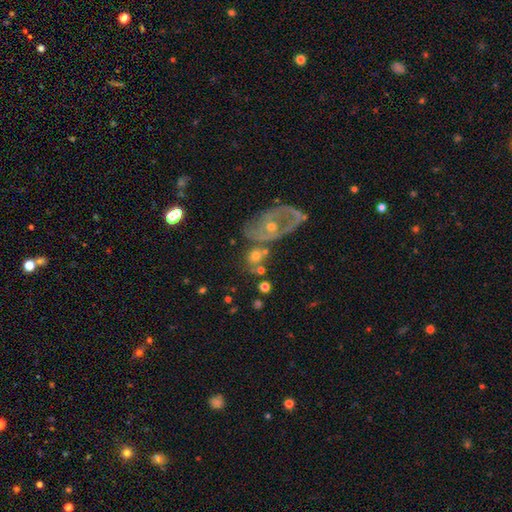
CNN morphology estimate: This is possibly a featured or disk galaxy (52%). It is clearly not viewed edge-on (92%). Merging: possibly none (50%).